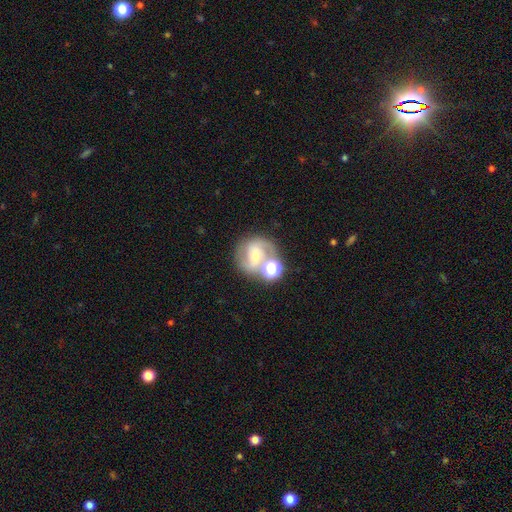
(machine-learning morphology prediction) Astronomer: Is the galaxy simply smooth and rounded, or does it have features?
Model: featured or disk — 64%.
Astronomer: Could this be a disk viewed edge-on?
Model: no — 97%.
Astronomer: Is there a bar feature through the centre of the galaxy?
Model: weak — 39% (runner-up: no, 35%).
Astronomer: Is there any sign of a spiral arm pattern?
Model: yes — 83%.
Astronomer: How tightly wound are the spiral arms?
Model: medium — 49% (runner-up: loose, 26%).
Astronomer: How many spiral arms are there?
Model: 2 — 83%.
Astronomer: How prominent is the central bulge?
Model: moderate — 48% (runner-up: small, 41%).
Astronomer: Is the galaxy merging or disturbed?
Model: none — 52% (runner-up: merger, 28%).